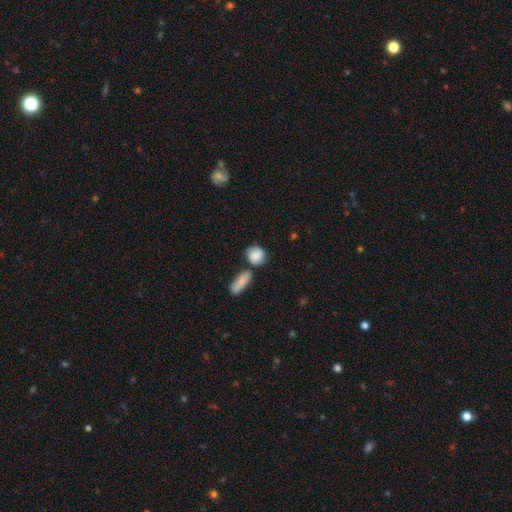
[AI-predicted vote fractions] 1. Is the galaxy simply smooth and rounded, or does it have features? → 75% smooth, 18% featured or disk, 7% star or artifact.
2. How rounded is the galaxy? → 65% round, 32% in between, 3% cigar-shaped.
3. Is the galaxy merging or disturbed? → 58% none, 19% minor disturbance, 18% merger, 6% major disturbance.